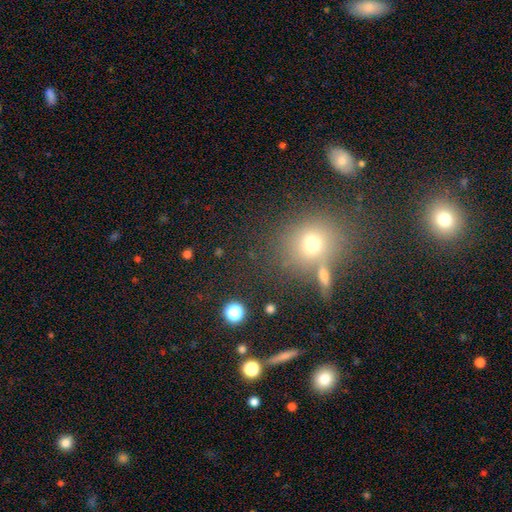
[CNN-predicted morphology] The model was most divided on "smooth or featured": smooth: 51%, star or artifact: 40%, featured or disk: 10%. More confident: merging — none (76%); how rounded — round (73%).